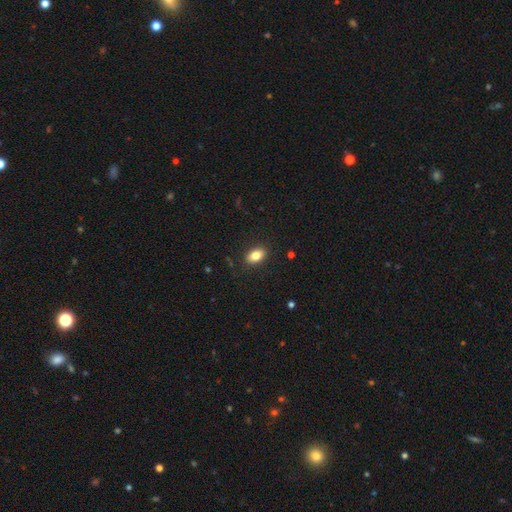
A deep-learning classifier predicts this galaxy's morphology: Smooth or featured: smooth — 83% (star or artifact — 9%)
How rounded: in between — 87% (round — 11%)
Merging: none — 88% (minor disturbance — 9%)